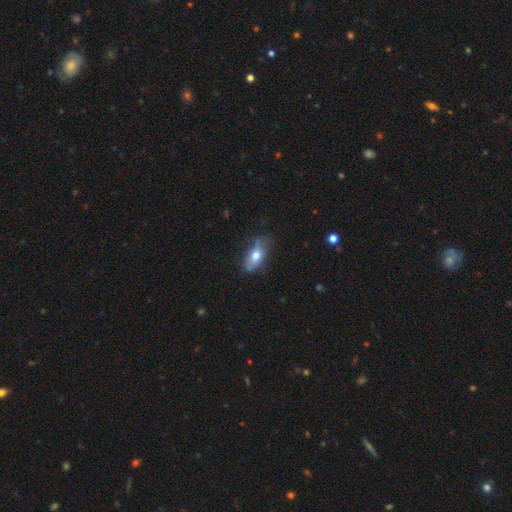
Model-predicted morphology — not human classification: smooth 62%, featured or disk 30%, star or artifact 8%. Down the decision tree: how rounded — in between (77%); merging — none (59%).